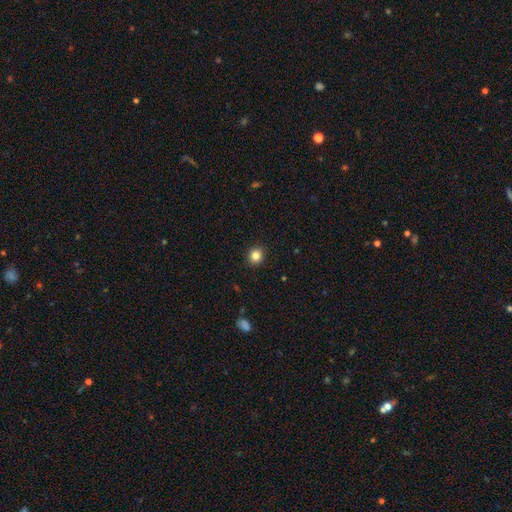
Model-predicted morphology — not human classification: smooth 84%, star or artifact 11%, featured or disk 5%. Down the decision tree: how rounded — round (86%); merging — none (92%).